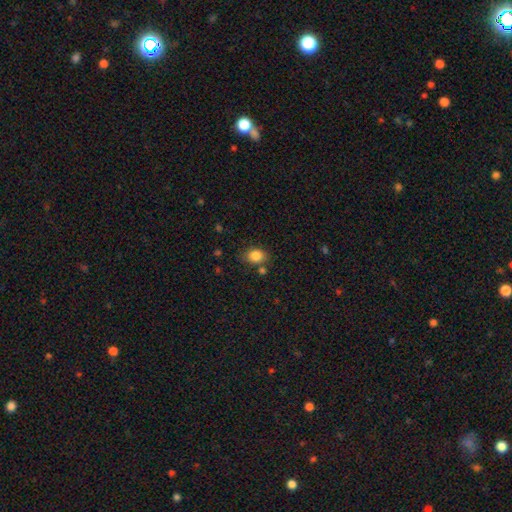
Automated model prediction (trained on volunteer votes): Overall: smooth (85%). How rounded: in between (58%; round 41%). Merging: none (73%).